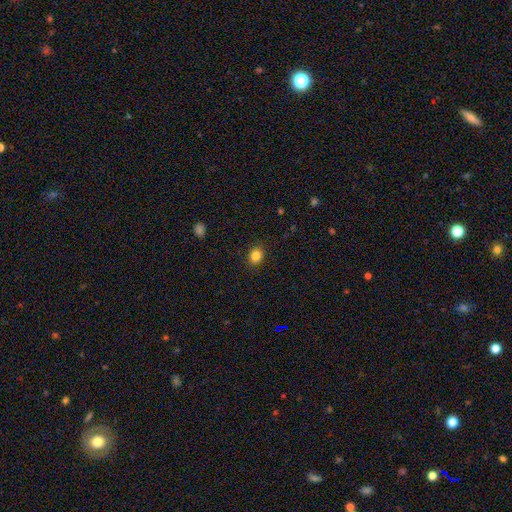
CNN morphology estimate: A smooth galaxy with no disk features (84%) that is round (62%).

Vote fractions:
- Smooth or featured? smooth: 84% / star or artifact: 11% / featured or disk: 5%
- How rounded? round: 62% / in between: 37% / cigar-shaped: 1%
- Merging? none: 88% / minor disturbance: 8% / major disturbance: 2% / merger: 1%